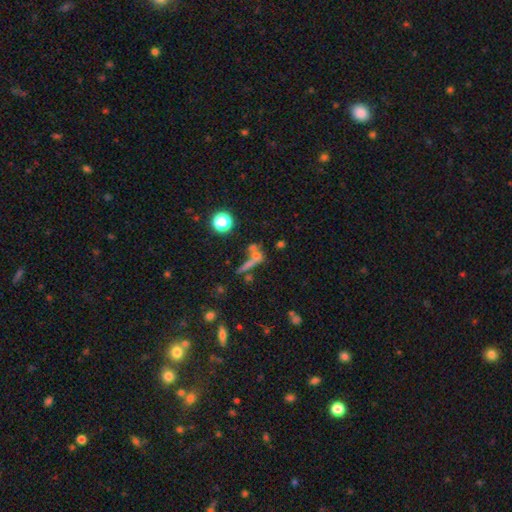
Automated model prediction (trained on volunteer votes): Smooth or featured: smooth — 52% (featured or disk — 26%)
How rounded: round — 41% (cigar-shaped — 34%)
Merging: none — 41% (merger — 40%)